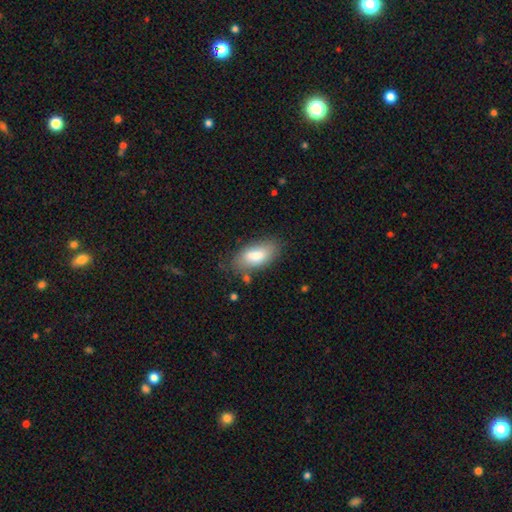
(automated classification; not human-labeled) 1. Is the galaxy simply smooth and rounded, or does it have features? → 80% smooth, 13% featured or disk, 7% star or artifact.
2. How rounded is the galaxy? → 89% in between, 8% cigar-shaped, 3% round.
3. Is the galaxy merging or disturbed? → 69% none, 21% minor disturbance, 6% major disturbance, 4% merger.